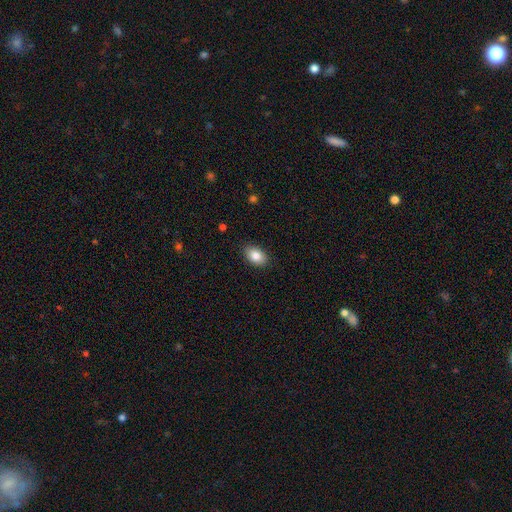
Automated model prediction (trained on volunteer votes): This appears to be a smooth galaxy with no disk features (85%) that is in between round and cigar-shaped (89%). Merging: none (87%).